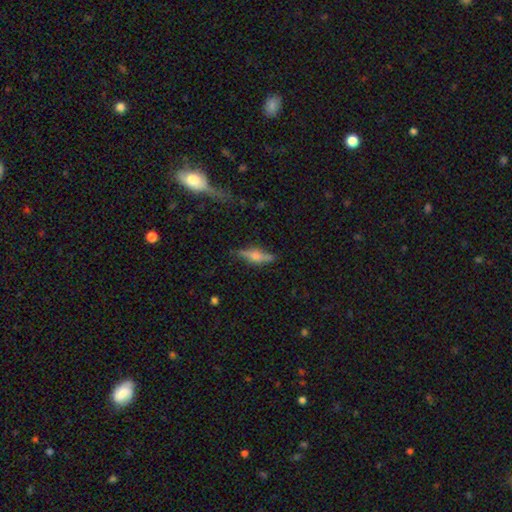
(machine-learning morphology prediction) type=featured or disk (50%); edge-on=yes (93%); merging=none (79%).